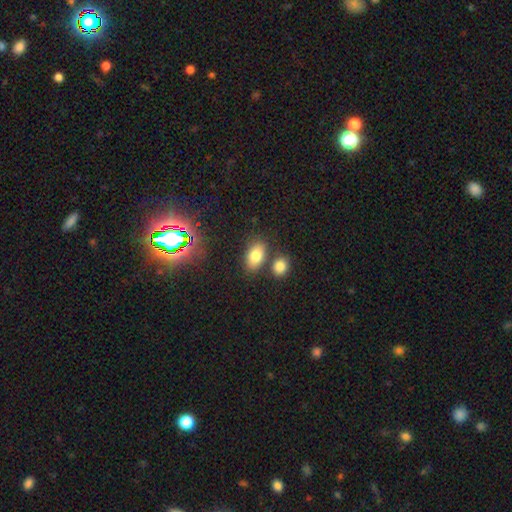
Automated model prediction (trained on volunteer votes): The model was most divided on "merging": none: 70%, merger: 16%, minor disturbance: 11%, major disturbance: 3%. More confident: how rounded — in between (86%); smooth or featured — smooth (79%).